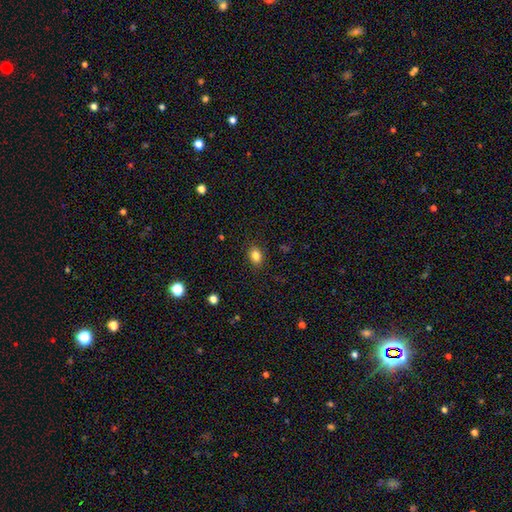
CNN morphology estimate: Overall: smooth (83%). How rounded: in between (69%). Merging: none (86%).